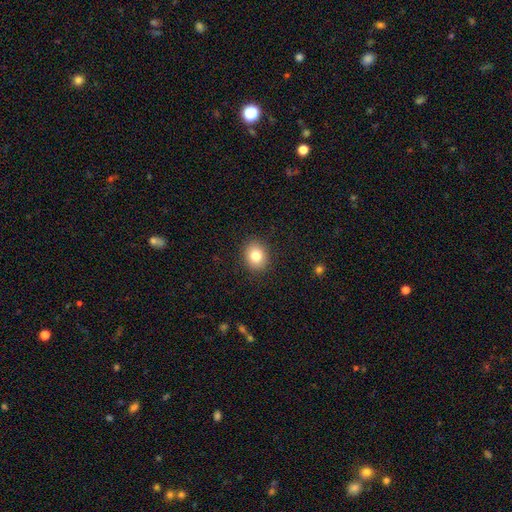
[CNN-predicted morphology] smooth-or-featured: smooth: 81% | star or artifact: 10% | featured or disk: 9%
  how-rounded: round: 57% | in between: 43% | cigar-shaped: 1%
  merging: none: 89% | minor disturbance: 7% | major disturbance: 2% | merger: 1%